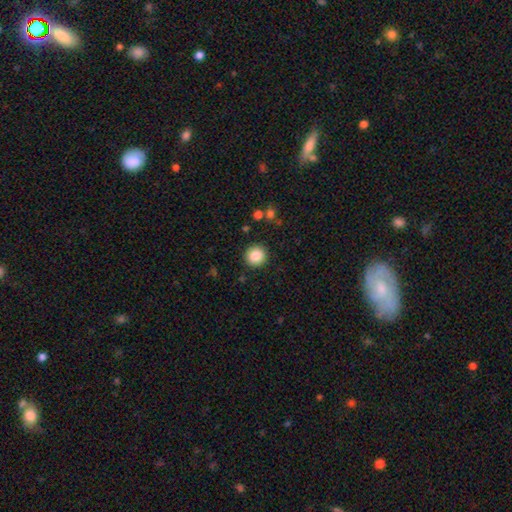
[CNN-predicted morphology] Smooth or featured: smooth — 86% (star or artifact — 9%)
How rounded: round — 94% (in between — 5%)
Merging: none — 91% (minor disturbance — 6%)